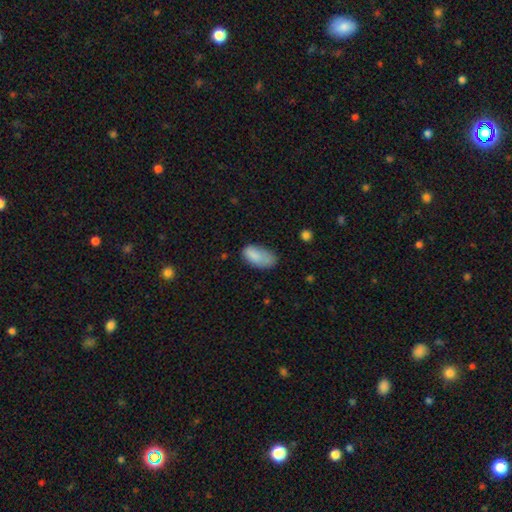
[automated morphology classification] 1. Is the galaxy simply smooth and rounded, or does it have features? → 83% smooth, 9% featured or disk, 8% star or artifact.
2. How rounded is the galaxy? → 93% in between, 4% cigar-shaped, 3% round.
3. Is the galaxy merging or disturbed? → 47% none, 35% minor disturbance, 14% major disturbance, 4% merger.